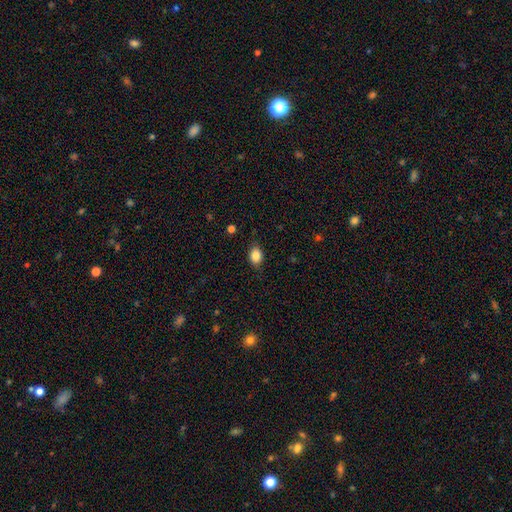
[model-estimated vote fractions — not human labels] This appears to be a smooth galaxy with no disk features (85%) that is in between round and cigar-shaped (67%). Merging: none (79%).